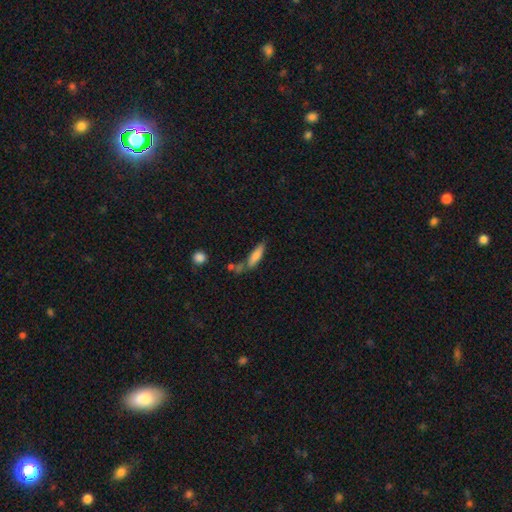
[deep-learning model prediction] Overall: smooth (77%). How rounded: cigar-shaped (68%; in between 30%). Merging: none (57%; minor disturbance 22%).